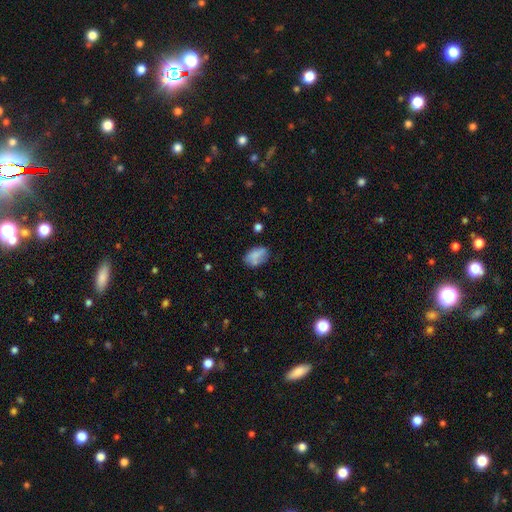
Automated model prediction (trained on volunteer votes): smooth-or-featured: smooth: 73% | featured or disk: 18% | star or artifact: 9%
  how-rounded: in between: 88% | round: 10% | cigar-shaped: 2%
  merging: none: 59% | minor disturbance: 26% | major disturbance: 9% | merger: 6%